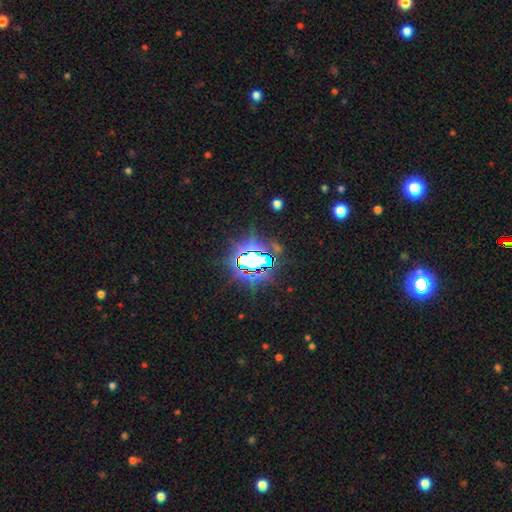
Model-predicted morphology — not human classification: A star or artifact, not a galaxy (80%).